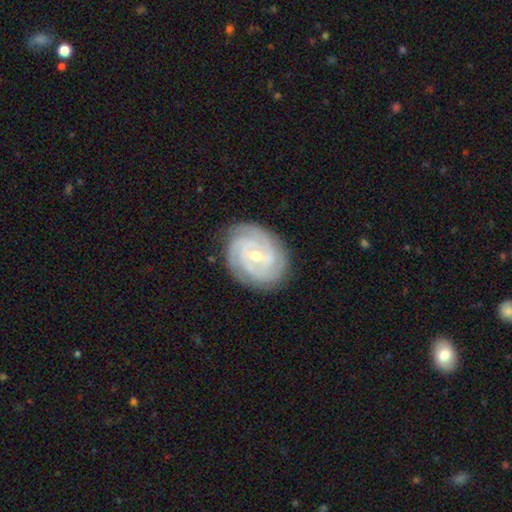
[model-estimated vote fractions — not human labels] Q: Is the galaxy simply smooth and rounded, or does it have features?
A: featured or disk — 87%.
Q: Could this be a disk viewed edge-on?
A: no — 97%.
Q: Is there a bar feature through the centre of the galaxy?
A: weak — 49%.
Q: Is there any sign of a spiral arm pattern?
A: yes — 97%.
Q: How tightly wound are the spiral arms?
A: tight — 77%.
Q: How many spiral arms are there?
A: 3 — 32%.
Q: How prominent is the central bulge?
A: small — 52%.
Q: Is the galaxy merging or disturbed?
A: none — 82%.